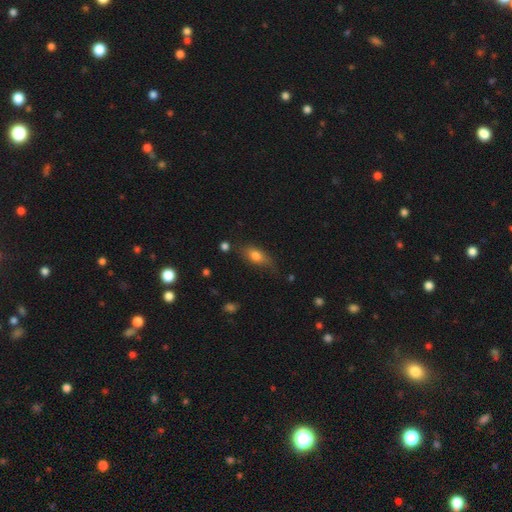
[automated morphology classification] The model was most divided on "merging": none: 63%, minor disturbance: 26%, major disturbance: 7%, merger: 3%. More confident: how rounded — in between (79%); smooth or featured — smooth (75%).